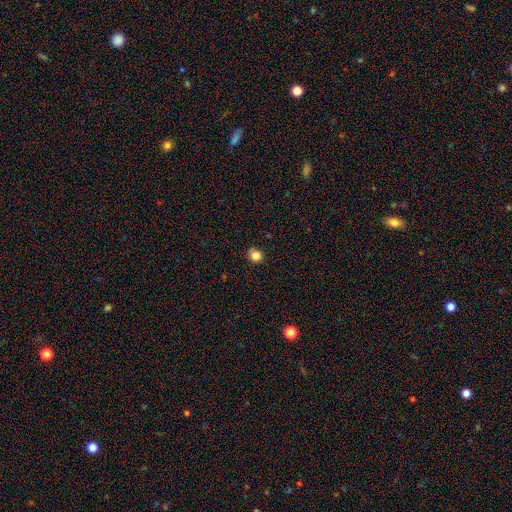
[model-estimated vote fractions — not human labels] Smooth or featured: smooth — 82% (star or artifact — 12%)
How rounded: round — 81% (in between — 18%)
Merging: none — 82% (minor disturbance — 14%)